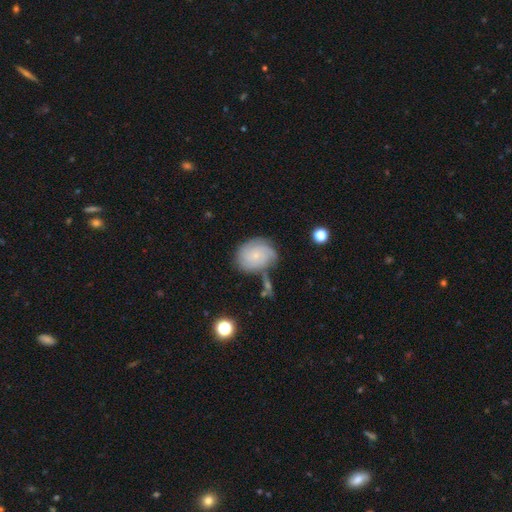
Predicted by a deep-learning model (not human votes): Smooth or featured: featured or disk — 61% (smooth — 31%)
Edge-on disk: no — 97% (yes — 3%)
Bar: no — 80% (weak — 18%)
Spiral arms: yes — 89% (no — 11%)
Spiral winding: tight — 62% (medium — 28%)
Spiral arm count: can't tell — 36% (3 — 23%)
Bulge size: small — 79% (moderate — 15%)
Merging: none — 61% (minor disturbance — 22%)